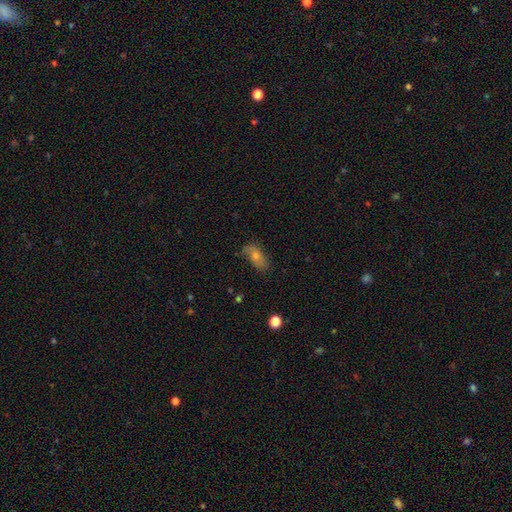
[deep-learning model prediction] smooth 50%, featured or disk 36%, star or artifact 14%. Down the decision tree: how rounded — in between (83%); merging — none (61%).